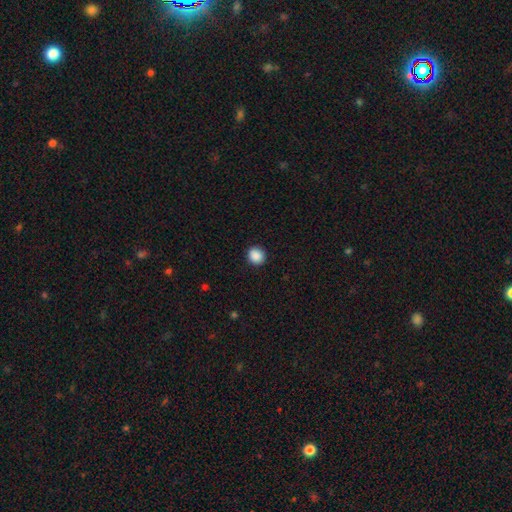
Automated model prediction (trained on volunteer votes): smooth 89%, star or artifact 9%, featured or disk 2%. Down the decision tree: how rounded — round (89%); merging — none (92%).